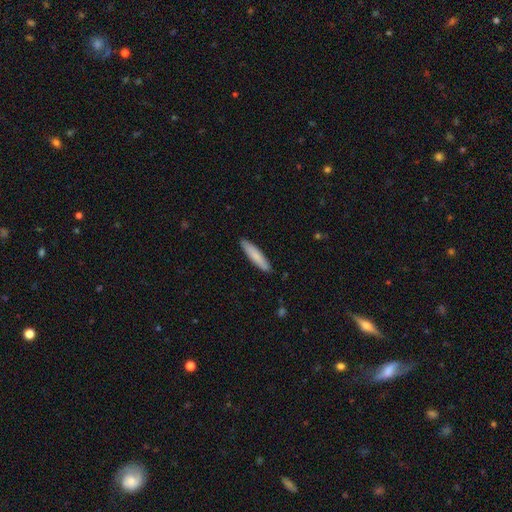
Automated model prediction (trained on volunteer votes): Q: Smooth or featured?
A: smooth (82%); runner-up: featured or disk (12%)
Q: How rounded?
A: cigar-shaped (86%); runner-up: in between (13%)
Q: Merging?
A: none (90%); runner-up: minor disturbance (7%)